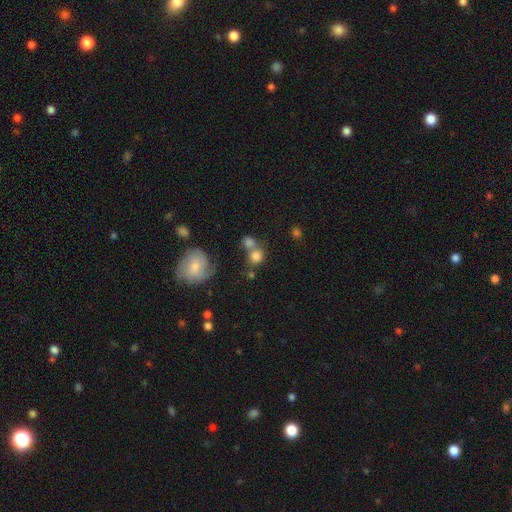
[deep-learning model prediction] This is likely a smooth galaxy (78%). How rounded: likely round (76%). Merging: marginally merger (42%, tied with none).